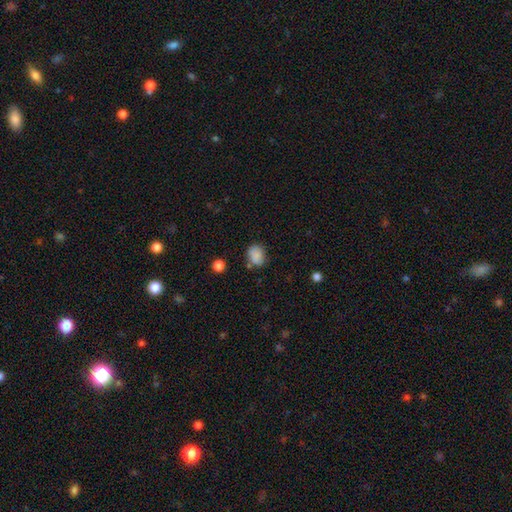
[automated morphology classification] Smooth or featured: smooth — 85% (star or artifact — 10%)
How rounded: in between — 59% (round — 40%)
Merging: none — 70% (minor disturbance — 19%)